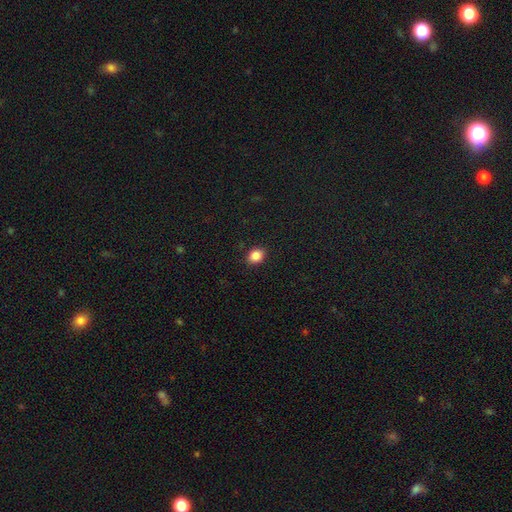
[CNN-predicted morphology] Smooth or featured?
  - smooth: 86% *
  - star or artifact: 10%
  - featured or disk: 4%
How rounded?
  - round: 56% *
  - in between: 43%
  - cigar-shaped: 1%
Merging?
  - none: 89% *
  - minor disturbance: 8%
  - major disturbance: 2%
  - merger: 1%